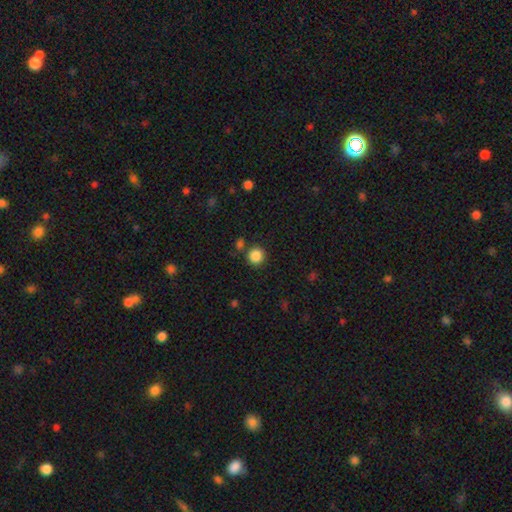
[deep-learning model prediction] Smooth or featured? smooth (87%)
How rounded? round (93%)
Merging? none (82%)